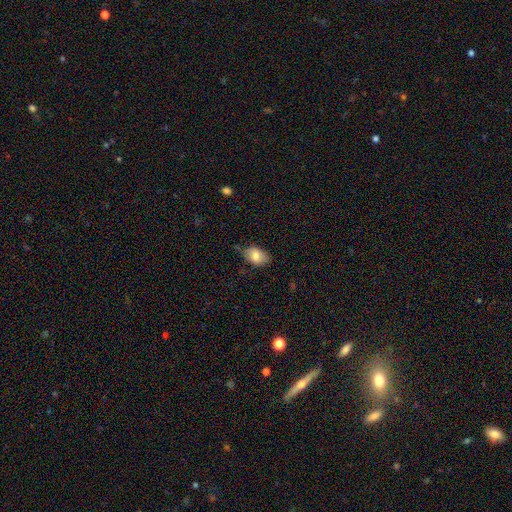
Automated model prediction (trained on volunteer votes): Q: Smooth or featured?
A: smooth (78%); runner-up: featured or disk (14%)
Q: How rounded?
A: in between (87%); runner-up: round (12%)
Q: Merging?
A: none (68%); runner-up: minor disturbance (26%)